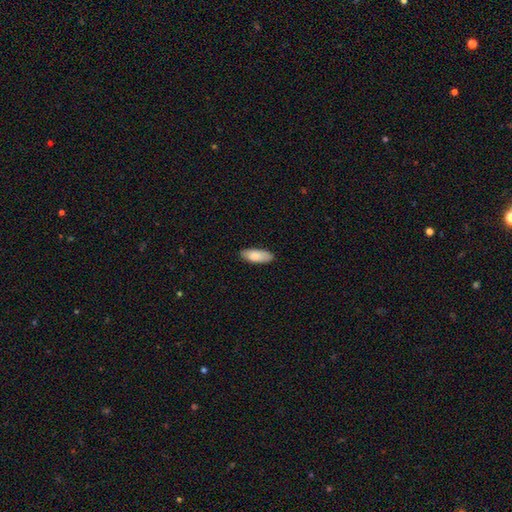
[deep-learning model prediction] smooth-or-featured: smooth: 83% | featured or disk: 11% | star or artifact: 6%
  how-rounded: in between: 80% | cigar-shaped: 18% | round: 2%
  merging: none: 85% | minor disturbance: 12% | major disturbance: 2% | merger: 1%